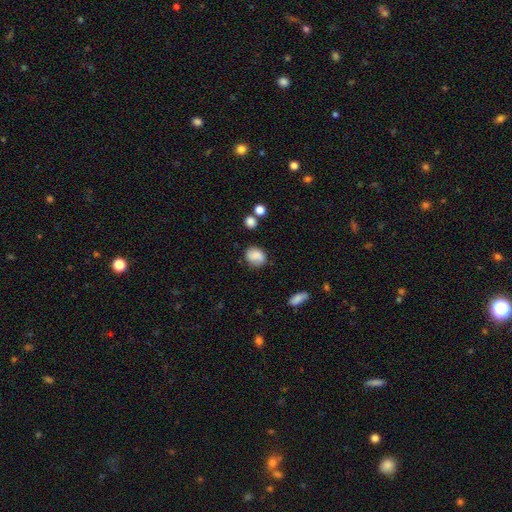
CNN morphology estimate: A smooth galaxy with no disk features (79%) that is in between round and cigar-shaped (53%). Merging: none (68%).